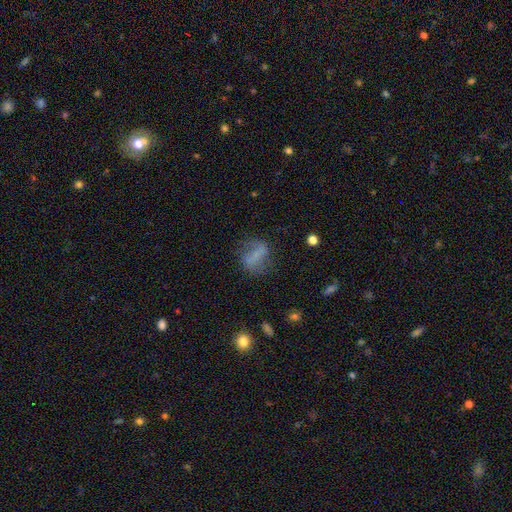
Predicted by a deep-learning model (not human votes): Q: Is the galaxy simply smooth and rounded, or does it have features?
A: smooth — 49%.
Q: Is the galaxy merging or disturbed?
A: none — 57%.